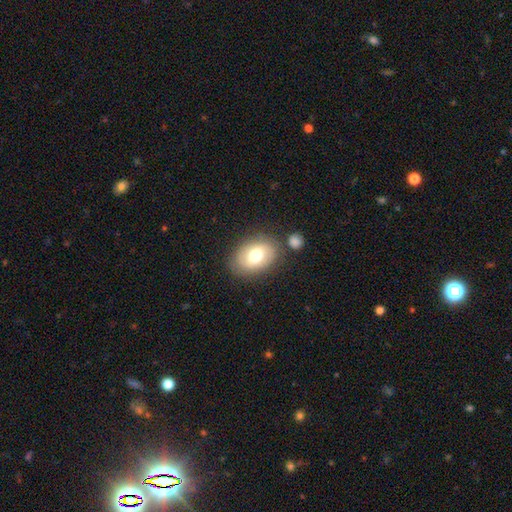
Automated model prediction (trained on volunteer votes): This is likely a smooth galaxy (68%). How rounded: likely in between (78%). Merging: likely none (75%).